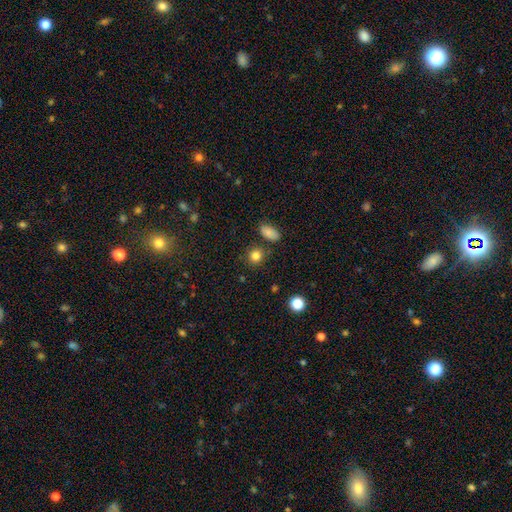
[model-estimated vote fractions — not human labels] The model was most divided on "how rounded": round: 83%, in between: 15%, cigar-shaped: 1%. More confident: smooth or featured — smooth (84%); merging — none (82%).